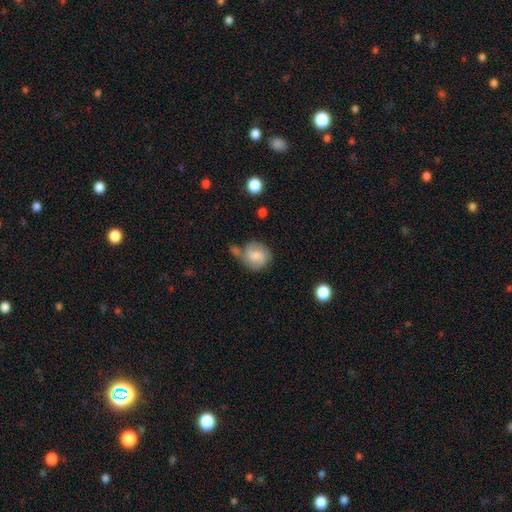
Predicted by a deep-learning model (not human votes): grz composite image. It shows a featured or disk galaxy (49%). Merging: none (44%).